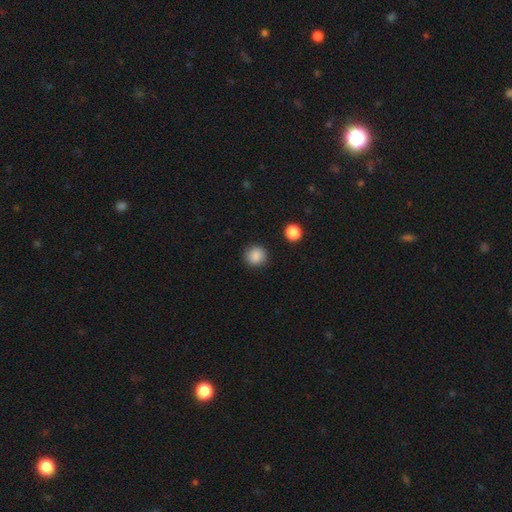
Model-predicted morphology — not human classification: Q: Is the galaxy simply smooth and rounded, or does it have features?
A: smooth — 88%.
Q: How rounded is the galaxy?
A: round — 92%.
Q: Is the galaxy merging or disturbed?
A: none — 90%.